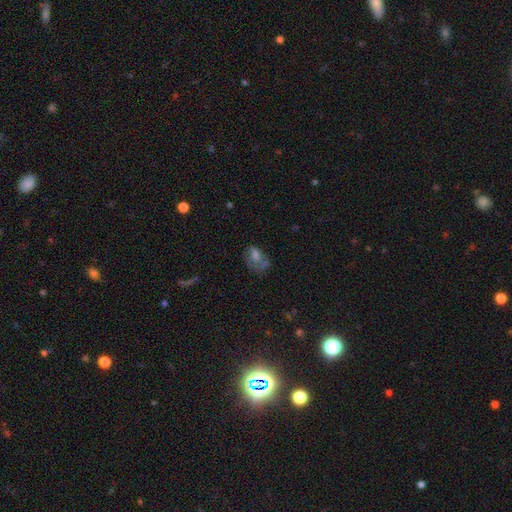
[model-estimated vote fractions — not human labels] Smooth or featured? smooth (40%)
Merging? none (44%)